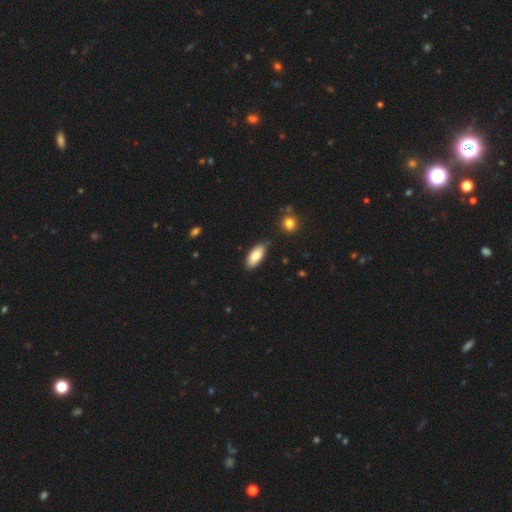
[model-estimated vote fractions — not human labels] Smooth or featured?
  - smooth: 84% *
  - featured or disk: 10%
  - star or artifact: 6%
How rounded?
  - in between: 85% *
  - cigar-shaped: 13%
  - round: 2%
Merging?
  - none: 81% *
  - minor disturbance: 14%
  - merger: 3%
  - major disturbance: 2%